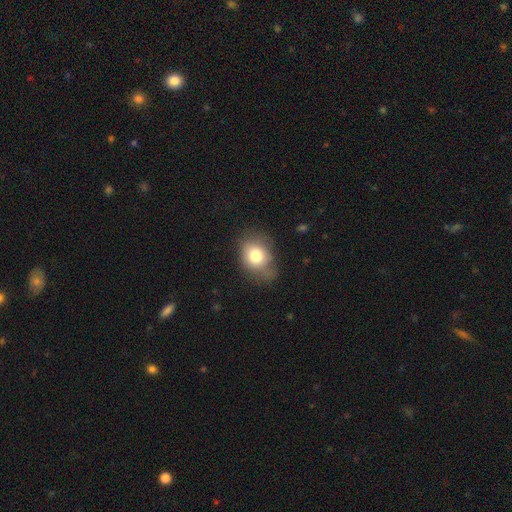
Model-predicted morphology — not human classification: type=smooth (77%); roundness=in between (56%); merging=none (55%).